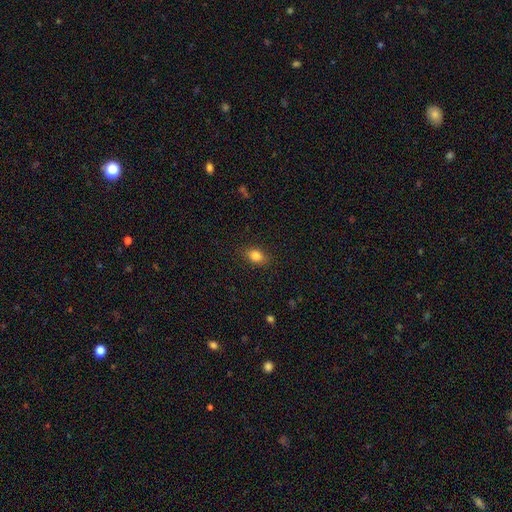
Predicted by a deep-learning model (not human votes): Overall: smooth (84%). How rounded: in between (74%). Merging: none (87%).